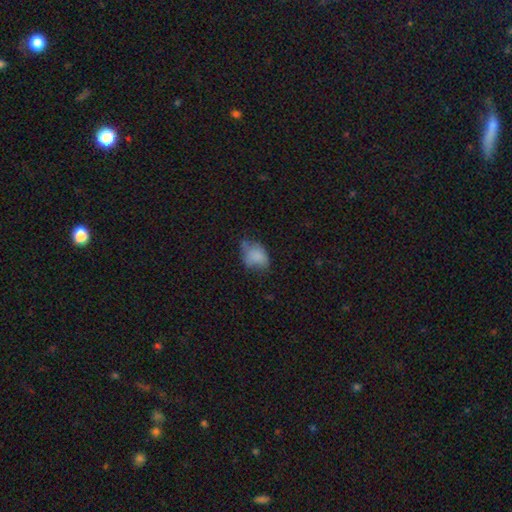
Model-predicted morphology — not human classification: type=smooth (77%); roundness=in between (74%); merging=none (41%).